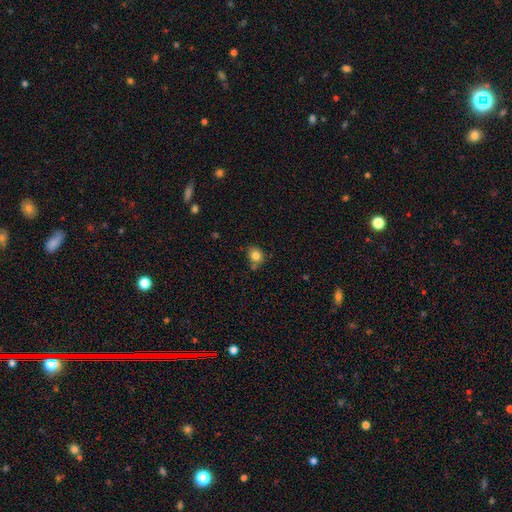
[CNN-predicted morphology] Smooth or featured?
  - smooth: 82% *
  - star or artifact: 11%
  - featured or disk: 7%
How rounded?
  - round: 71% *
  - in between: 28%
  - cigar-shaped: 1%
Merging?
  - none: 67% *
  - minor disturbance: 20%
  - merger: 9%
  - major disturbance: 4%